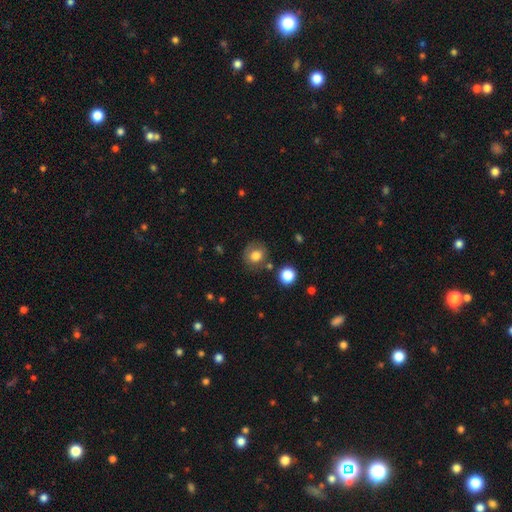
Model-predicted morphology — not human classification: Smooth or featured? smooth (76%)
How rounded? round (78%)
Merging? none (73%)